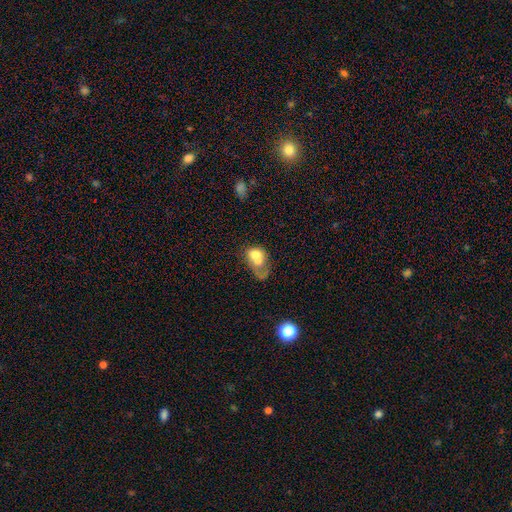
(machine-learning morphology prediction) A smooth galaxy with no disk features (58%) that is in between round and cigar-shaped (64%).

Vote fractions:
- Smooth or featured? smooth: 58% / featured or disk: 31% / star or artifact: 10%
- How rounded? in between: 64% / round: 35% / cigar-shaped: 2%
- Merging? merger: 60% / major disturbance: 17% / none: 13% / minor disturbance: 9%